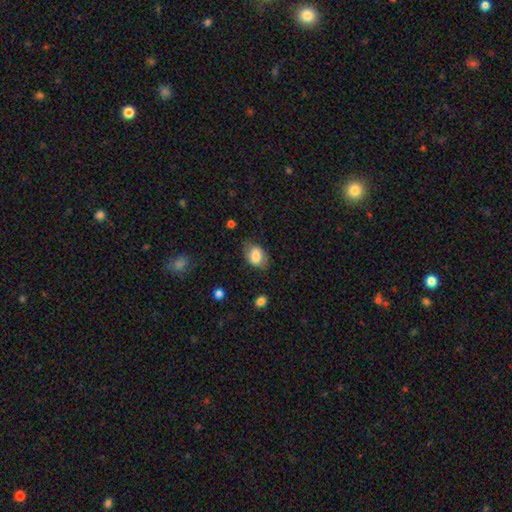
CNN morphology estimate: Overall: smooth (73%). How rounded: in between (84%). Merging: none (70%).